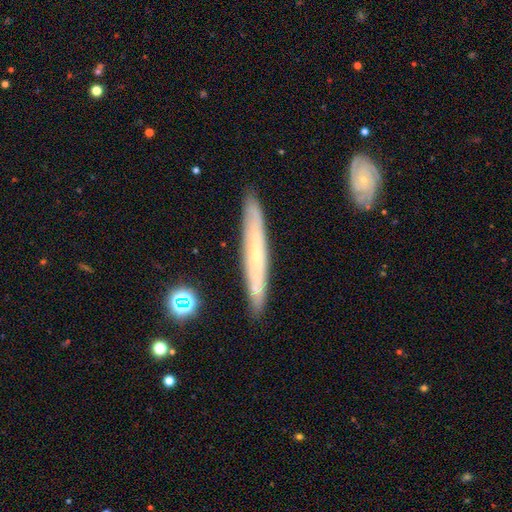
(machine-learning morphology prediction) This appears to be a featured or disk galaxy (56%) viewed edge-on (82%). Merging: none (88%).